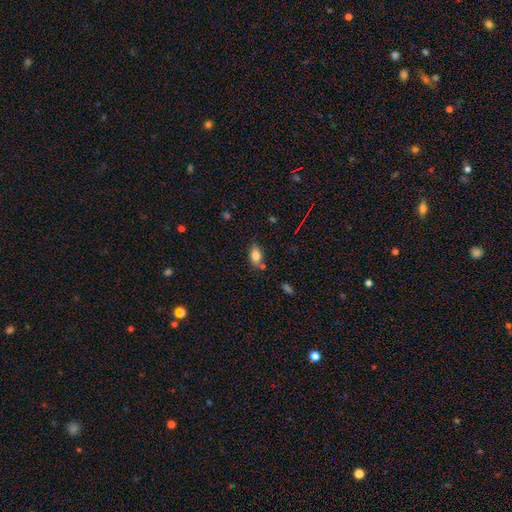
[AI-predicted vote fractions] smooth-or-featured: smooth: 80% | featured or disk: 11% | star or artifact: 10%
  how-rounded: in between: 87% | round: 10% | cigar-shaped: 3%
  merging: none: 70% | minor disturbance: 16% | merger: 10% | major disturbance: 3%